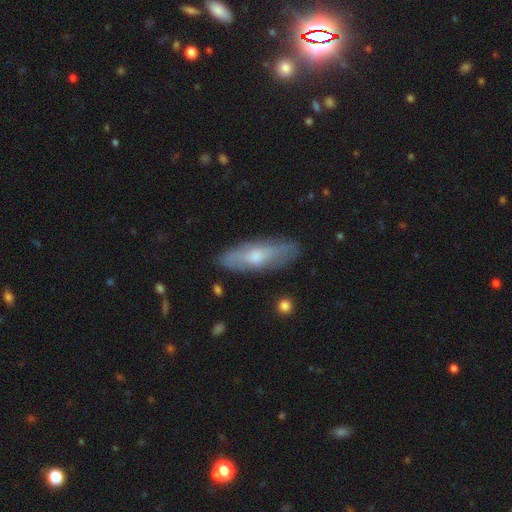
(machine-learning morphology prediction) This appears to be a smooth galaxy with no disk features (51%) that is in between round and cigar-shaped (53%). Merging: none (81%).